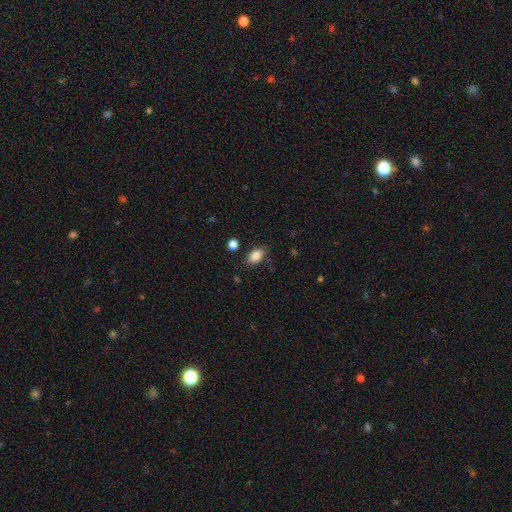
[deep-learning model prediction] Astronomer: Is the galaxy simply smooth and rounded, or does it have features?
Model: smooth — 85%.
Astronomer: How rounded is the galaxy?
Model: in between — 88%.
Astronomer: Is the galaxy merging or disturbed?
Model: none — 81%.